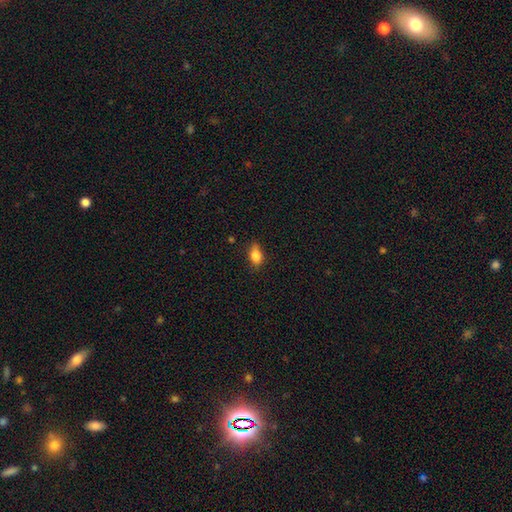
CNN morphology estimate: Smooth or featured? smooth (82%)
How rounded? in between (81%)
Merging? none (69%)